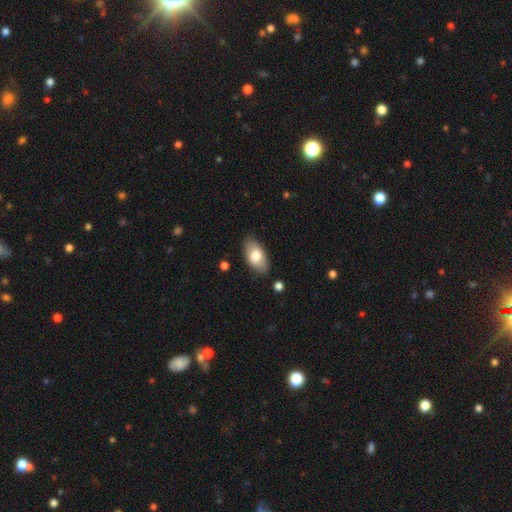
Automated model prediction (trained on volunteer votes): Morphology: type=smooth (74%); roundness=in between (93%); merging=none (83%).